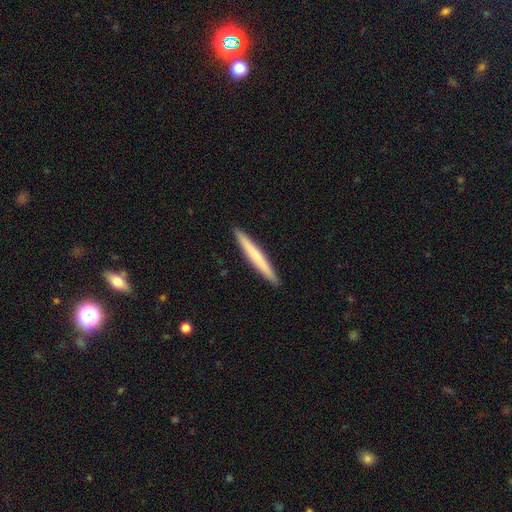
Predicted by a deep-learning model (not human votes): smooth 64%, featured or disk 31%, star or artifact 5%. Down the decision tree: how rounded — cigar-shaped (97%); merging — none (93%).